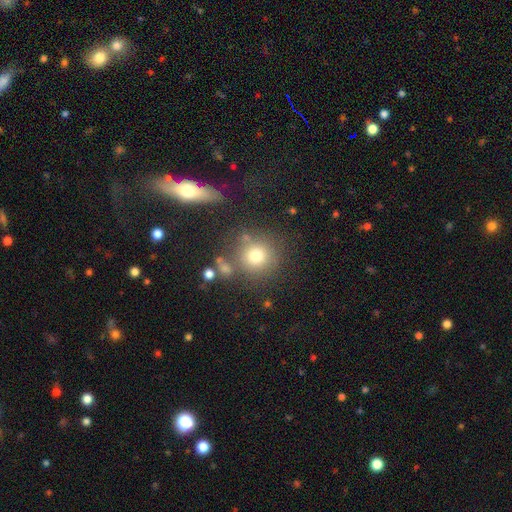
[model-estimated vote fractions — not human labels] This is likely a smooth galaxy (74%). How rounded: clearly round (92%). Merging: likely none (74%).